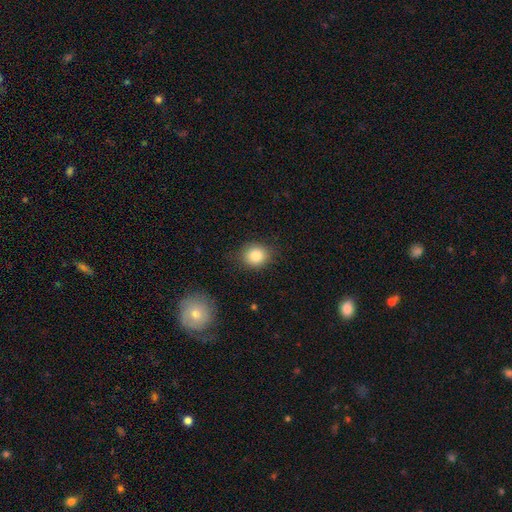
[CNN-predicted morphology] Smooth or featured?
  - smooth: 84% *
  - star or artifact: 10%
  - featured or disk: 7%
How rounded?
  - round: 75% *
  - in between: 24%
  - cigar-shaped: 1%
Merging?
  - none: 85% *
  - minor disturbance: 11%
  - major disturbance: 3%
  - merger: 1%